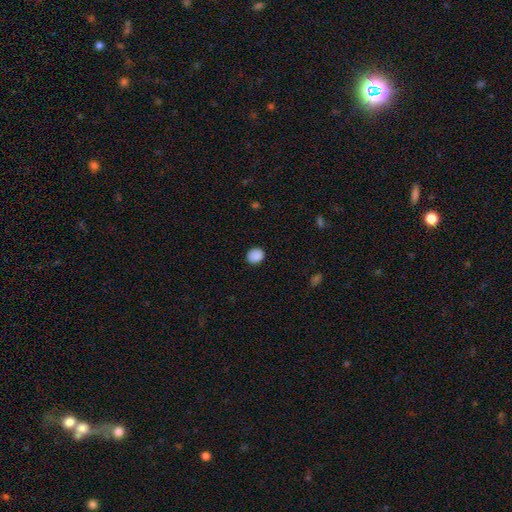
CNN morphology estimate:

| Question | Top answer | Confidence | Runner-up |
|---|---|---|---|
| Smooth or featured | smooth | 89% | star or artifact (9%) |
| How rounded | round | 69% | in between (30%) |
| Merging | none | 87% | minor disturbance (9%) |